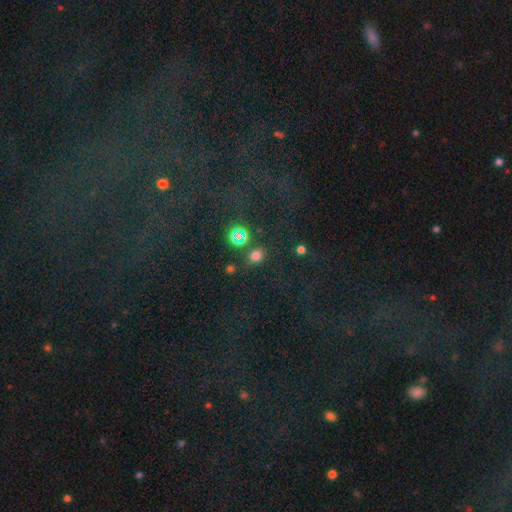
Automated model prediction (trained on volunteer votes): A smooth galaxy with no disk features (69%) that is round (73%).

Vote fractions:
- Smooth or featured? smooth: 69% / star or artifact: 26% / featured or disk: 6%
- How rounded? round: 73% / in between: 25% / cigar-shaped: 1%
- Merging? none: 81% / minor disturbance: 9% / merger: 6% / major disturbance: 4%